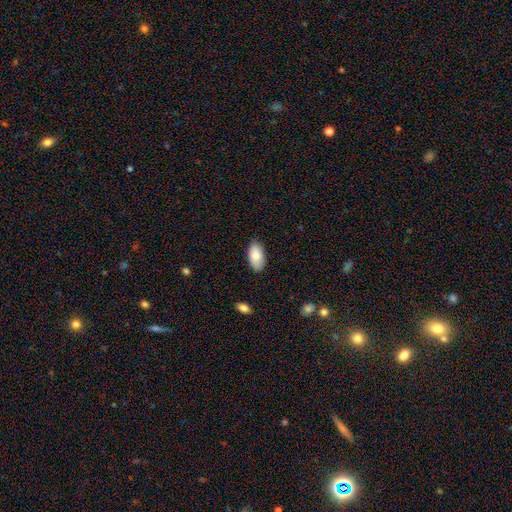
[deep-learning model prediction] A smooth galaxy with no disk features (82%) that is in between round and cigar-shaped (95%). Merging: none (86%).